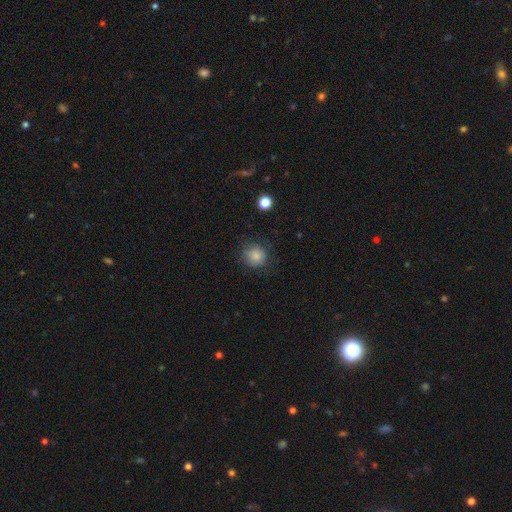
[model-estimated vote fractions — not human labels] smooth_or_featured: smooth (p=0.82) [alt: star or artifact p=0.10]
how_rounded: round (p=0.89) [alt: in between p=0.10]
merging: none (p=0.76) [alt: minor disturbance p=0.16]